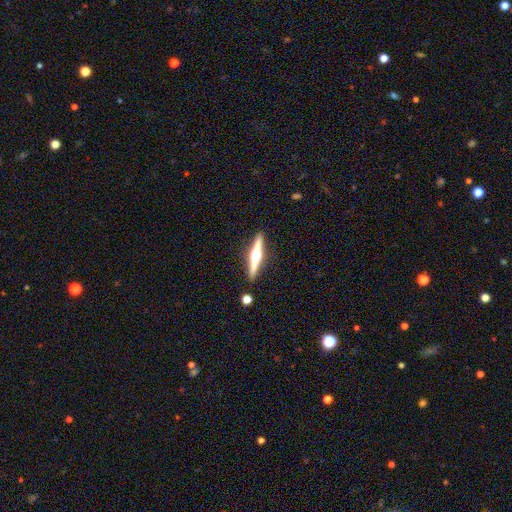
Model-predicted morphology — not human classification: type=featured or disk (75%); edge-on=yes (98%); edge-on bulge=rounded (95%); merging=none (91%).